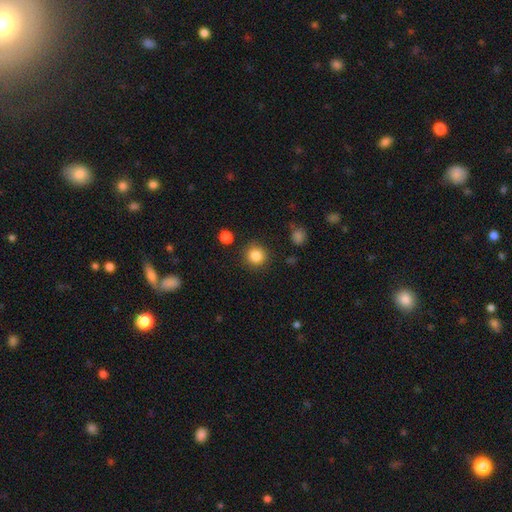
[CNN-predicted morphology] A smooth galaxy with no disk features (85%) that is round (92%).

Vote fractions:
- Smooth or featured? smooth: 85% / star or artifact: 11% / featured or disk: 4%
- How rounded? round: 92% / in between: 7% / cigar-shaped: 1%
- Merging? none: 87% / minor disturbance: 7% / major disturbance: 3% / merger: 2%